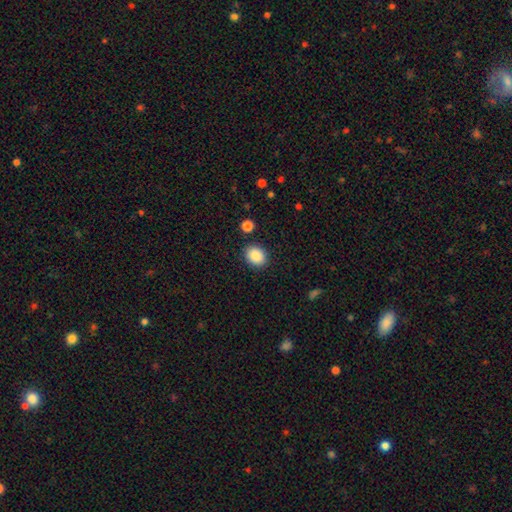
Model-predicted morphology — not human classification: smooth-or-featured: smooth: 89% | star or artifact: 8% | featured or disk: 3%
  how-rounded: in between: 51% | round: 48% | cigar-shaped: 1%
  merging: none: 88% | minor disturbance: 8% | major disturbance: 3% | merger: 2%